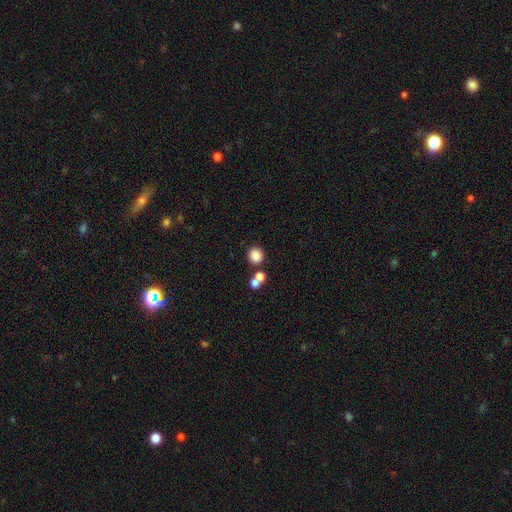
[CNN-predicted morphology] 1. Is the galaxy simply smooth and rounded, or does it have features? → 83% smooth, 11% star or artifact, 5% featured or disk.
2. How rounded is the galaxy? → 85% round, 14% in between, 1% cigar-shaped.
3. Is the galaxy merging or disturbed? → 69% none, 20% merger, 8% minor disturbance, 3% major disturbance.